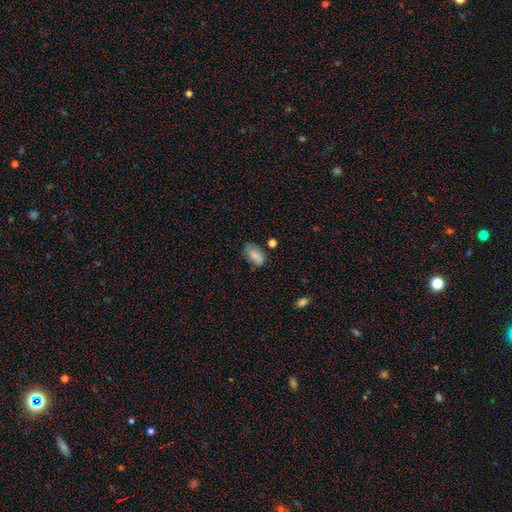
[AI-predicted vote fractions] The model was most divided on "merging": none: 59%, minor disturbance: 28%, major disturbance: 8%, merger: 6%. More confident: how rounded — in between (91%); smooth or featured — smooth (82%).